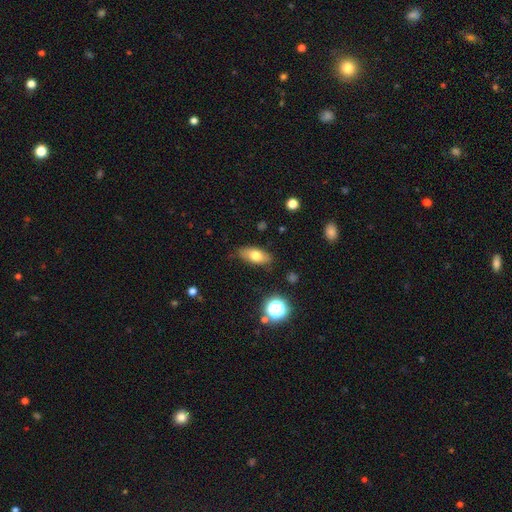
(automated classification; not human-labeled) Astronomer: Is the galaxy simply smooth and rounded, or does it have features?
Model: smooth — 71%.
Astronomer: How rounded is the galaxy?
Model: in between — 84%.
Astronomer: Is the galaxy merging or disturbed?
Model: none — 81%.